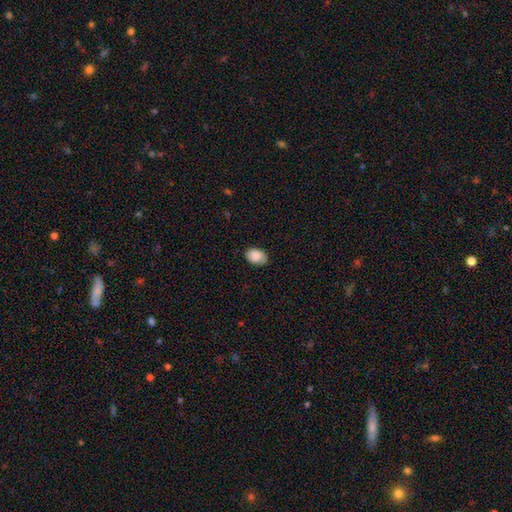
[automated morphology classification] A smooth galaxy with no disk features (83%) that is in between round and cigar-shaped (77%). Merging: none (72%).